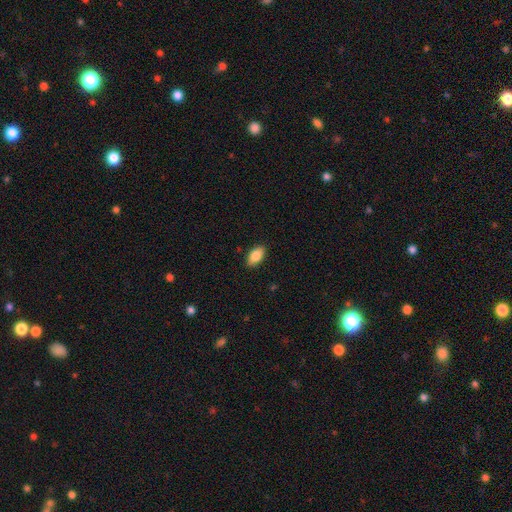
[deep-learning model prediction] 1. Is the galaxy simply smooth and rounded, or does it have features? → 85% smooth, 8% featured or disk, 7% star or artifact.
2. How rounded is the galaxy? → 93% in between, 4% round, 3% cigar-shaped.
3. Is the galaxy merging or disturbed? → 88% none, 9% minor disturbance, 2% major disturbance, 1% merger.